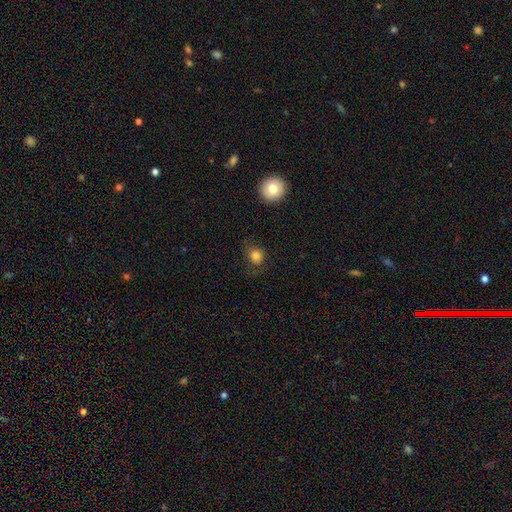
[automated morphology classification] Q: Smooth or featured?
A: smooth (80%); runner-up: star or artifact (11%)
Q: How rounded?
A: round (78%); runner-up: in between (21%)
Q: Merging?
A: none (66%); runner-up: minor disturbance (20%)